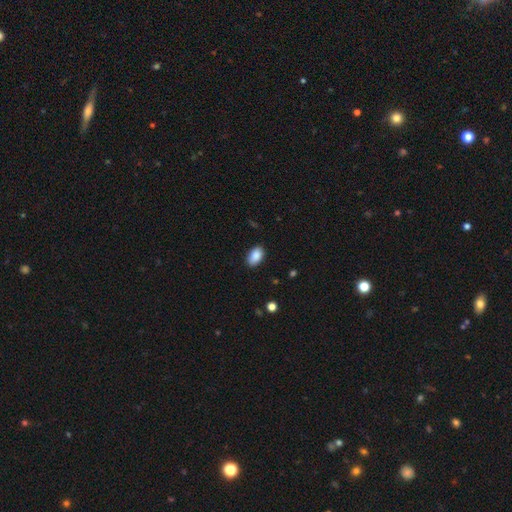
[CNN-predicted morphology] smooth_or_featured: smooth (p=0.89) [alt: star or artifact p=0.07]
how_rounded: in between (p=0.92) [alt: round p=0.06]
merging: none (p=0.86) [alt: minor disturbance p=0.10]